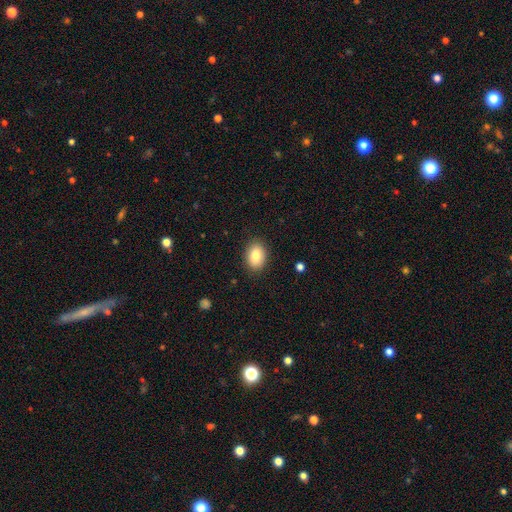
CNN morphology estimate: A smooth galaxy with no disk features (85%) that is in between round and cigar-shaped (84%). Merging: none (88%).